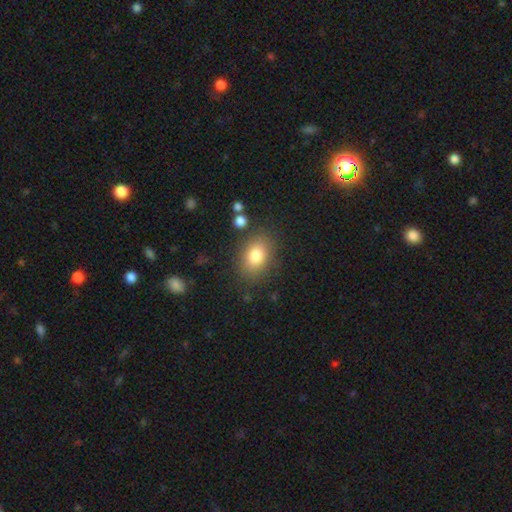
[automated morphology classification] This is clearly a smooth galaxy (81%). How rounded: likely in between (76%). Merging: clearly none (81%).